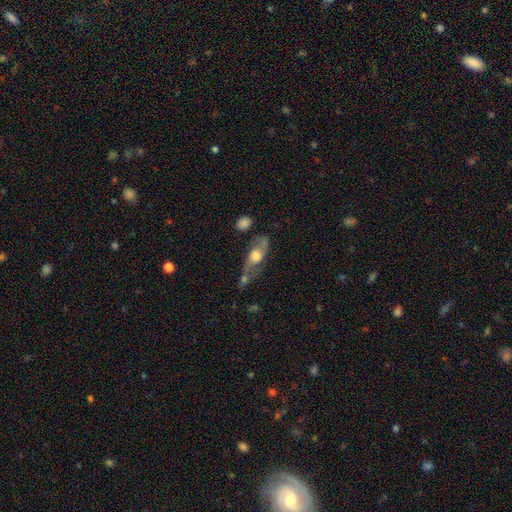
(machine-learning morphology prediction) The model was most divided on "smooth or featured": featured or disk: 53%, smooth: 39%, star or artifact: 8%. Remaining: edge-on disk — no (76%); merging — none (39%).